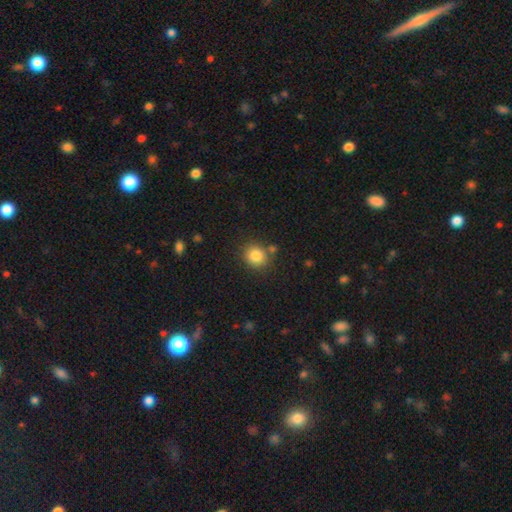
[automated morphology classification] Smooth or featured? Predicted: smooth (p=0.85). How rounded? Predicted: round (p=0.80). Merging? Predicted: none (p=0.77).